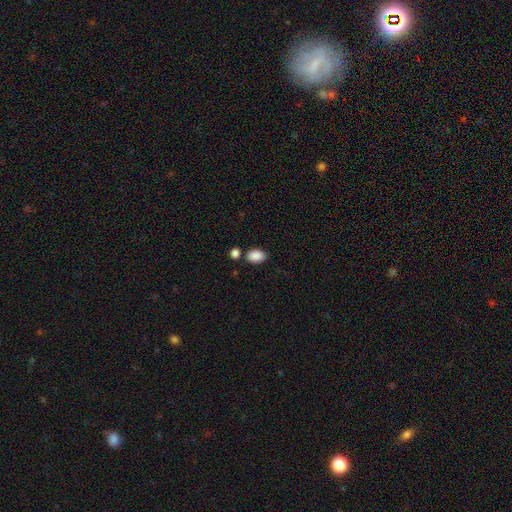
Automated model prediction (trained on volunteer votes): smooth-or-featured: smooth: 89% | star or artifact: 8% | featured or disk: 3%
  how-rounded: in between: 85% | round: 14% | cigar-shaped: 1%
  merging: none: 76% | minor disturbance: 12% | merger: 10% | major disturbance: 3%